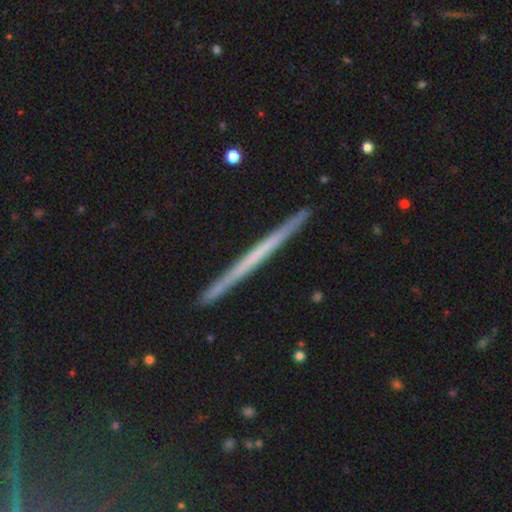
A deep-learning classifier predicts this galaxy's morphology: This is possibly a featured or disk galaxy (57%). It is clearly viewed edge-on (98%). Edge-on bulge: clearly none (93%). Merging: clearly none (92%).